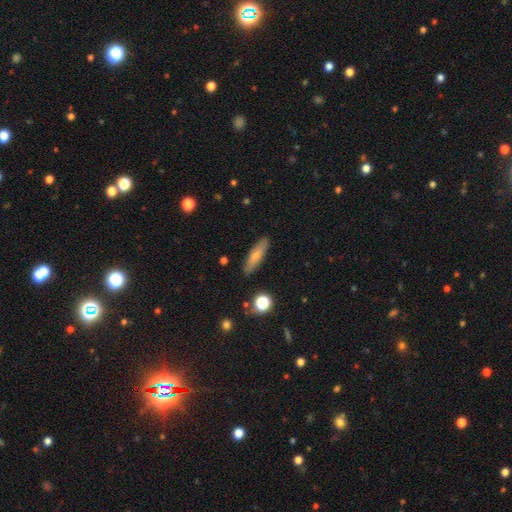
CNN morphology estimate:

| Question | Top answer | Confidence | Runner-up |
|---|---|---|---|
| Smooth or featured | smooth | 74% | featured or disk (18%) |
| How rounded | cigar-shaped | 66% | in between (32%) |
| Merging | none | 88% | minor disturbance (9%) |